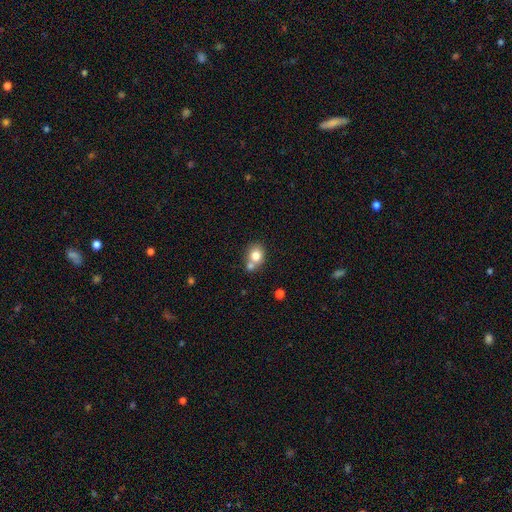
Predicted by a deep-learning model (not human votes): This appears to be a smooth galaxy with no disk features (78%) that is round (64%). Merging: none (47%).